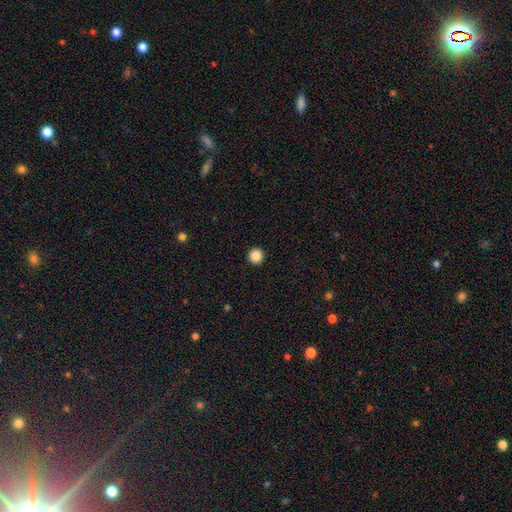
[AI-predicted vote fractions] Q: Smooth or featured?
A: smooth (87%); runner-up: star or artifact (10%)
Q: How rounded?
A: round (96%); runner-up: in between (3%)
Q: Merging?
A: none (94%); runner-up: minor disturbance (4%)